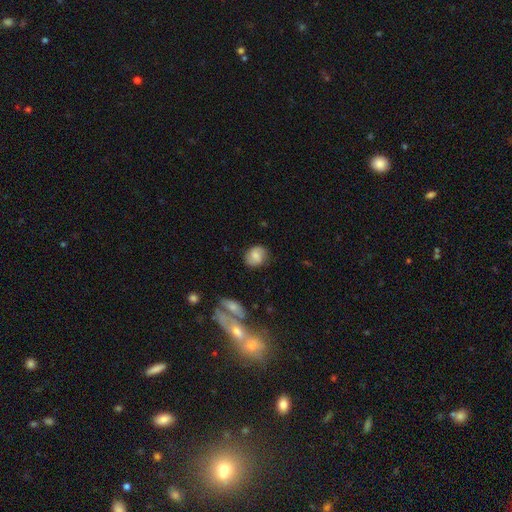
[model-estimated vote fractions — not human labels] A smooth galaxy with no disk features (61%) that is round (55%).

Vote fractions:
- Smooth or featured? smooth: 61% / featured or disk: 31% / star or artifact: 8%
- How rounded? round: 55% / in between: 43% / cigar-shaped: 1%
- Merging? none: 80% / minor disturbance: 14% / major disturbance: 4% / merger: 2%